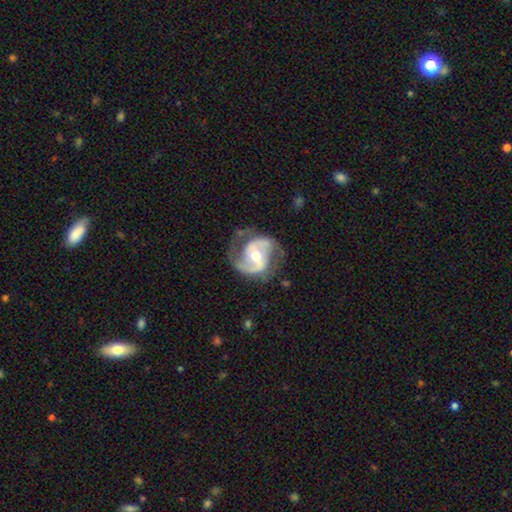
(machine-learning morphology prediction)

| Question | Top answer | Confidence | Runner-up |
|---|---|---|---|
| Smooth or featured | featured or disk | 89% | smooth (7%) |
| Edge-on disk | no | 98% | yes (2%) |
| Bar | weak | 41% | no (34%) |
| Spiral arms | yes | 96% | no (4%) |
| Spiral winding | medium | 53% | tight (28%) |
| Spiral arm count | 2 | 87% | can't tell (5%) |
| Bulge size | moderate | 70% | small (22%) |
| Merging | none | 66% | minor disturbance (20%) |